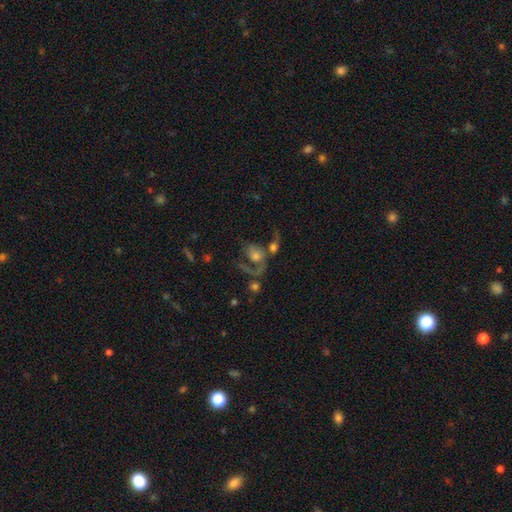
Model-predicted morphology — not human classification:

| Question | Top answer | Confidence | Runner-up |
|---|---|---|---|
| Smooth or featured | featured or disk | 55% | smooth (32%) |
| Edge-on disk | no | 96% | yes (4%) |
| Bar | no | 74% | weak (21%) |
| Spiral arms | yes | 67% | no (33%) |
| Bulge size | moderate | 47% | small (22%) |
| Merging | merger | 42% | major disturbance (25%) |